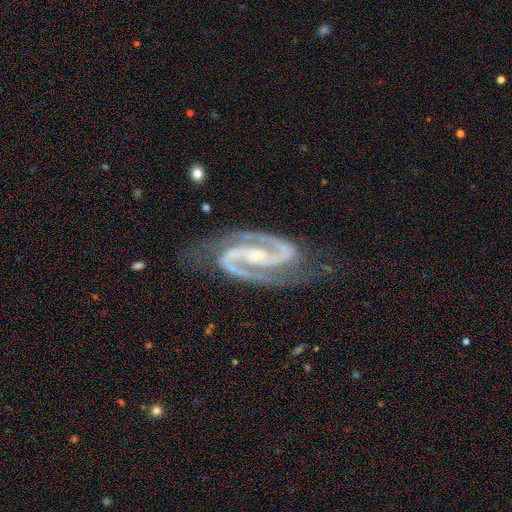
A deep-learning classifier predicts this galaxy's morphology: A featured or disk galaxy (95%) with a strong bar (47%), 2 (95%) medium (58%) spiral arms (99%) and a small central bulge (73%).

Vote fractions:
- Smooth or featured? featured or disk: 95% / star or artifact: 4% / smooth: 2%
- Edge-on disk? no: 98% / yes: 2%
- Bar? strong: 47% / weak: 28% / no: 25%
- Spiral arms? yes: 99% / no: 1%
- Spiral winding? medium: 58% / tight: 33% / loose: 9%
- Spiral arm count? 2: 95% / 3: 1% / can't tell: 1% / 1: 1% / 4: 1% / more than 4: 1%
- Bulge size? small: 73% / moderate: 22% / none: 2% / large: 1% / dominant: 1%
- Merging? none: 76% / minor disturbance: 17% / major disturbance: 6% / merger: 2%